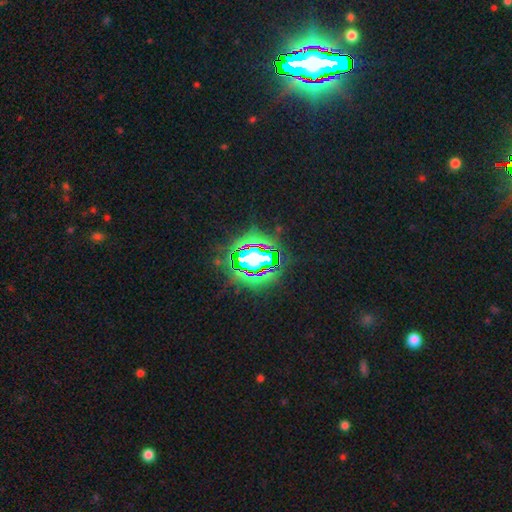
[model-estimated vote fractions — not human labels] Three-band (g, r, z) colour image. It shows a star or artifact, not a galaxy (76%).